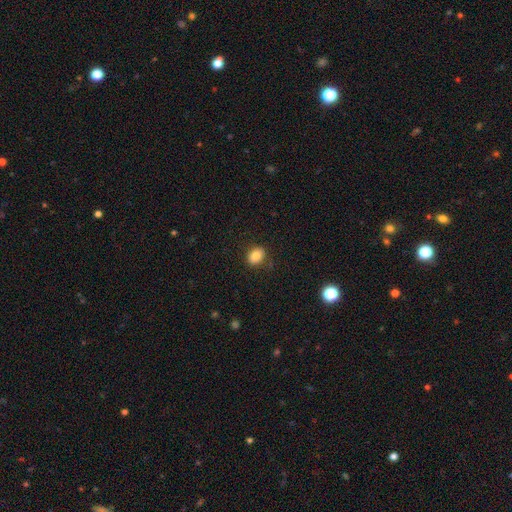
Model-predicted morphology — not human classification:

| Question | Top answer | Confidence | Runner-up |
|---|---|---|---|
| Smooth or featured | smooth | 85% | star or artifact (10%) |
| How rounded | in between | 62% | round (37%) |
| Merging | none | 85% | minor disturbance (11%) |